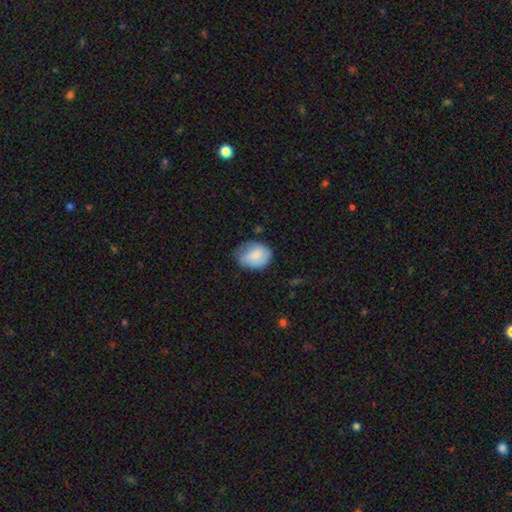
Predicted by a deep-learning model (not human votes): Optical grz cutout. It shows a smooth galaxy with no disk features (74%) that is in between round and cigar-shaped (62%). Merging: none (56%).